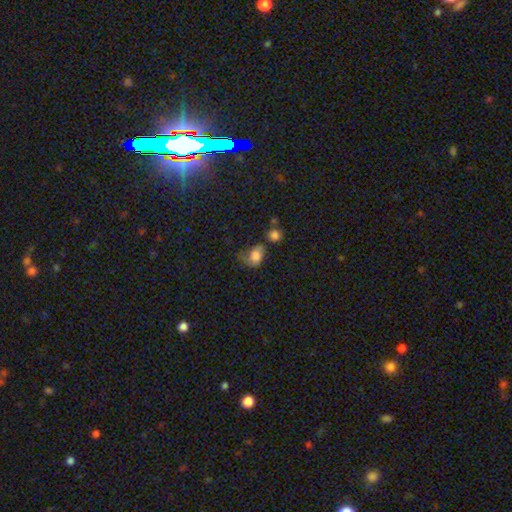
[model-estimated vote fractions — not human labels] Morphology: type=smooth (74%); roundness=in between (68%); merging=minor disturbance (30%).